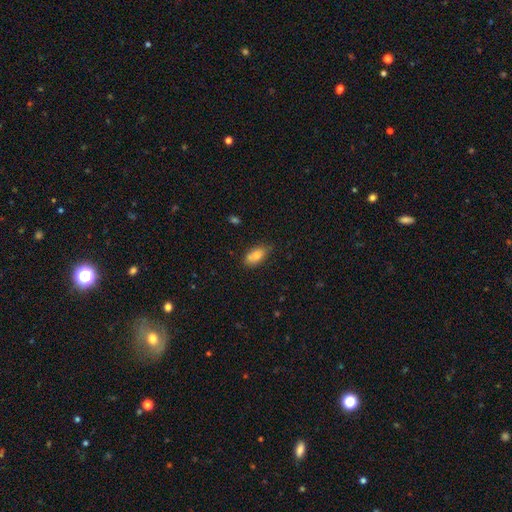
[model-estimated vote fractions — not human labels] Morphology: type=smooth (79%); roundness=in between (88%); merging=none (64%).